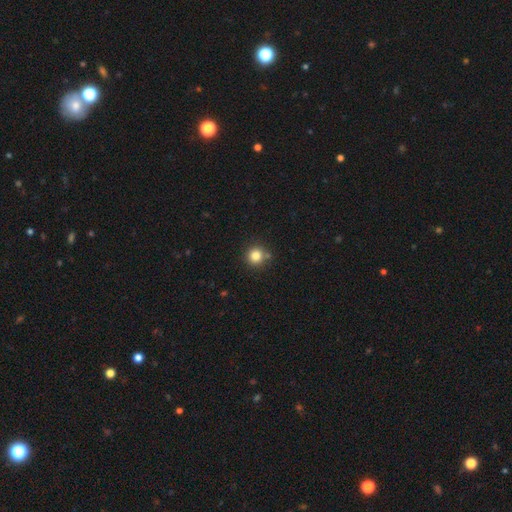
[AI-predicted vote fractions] Overall: smooth (82%). How rounded: round (94%). Merging: none (81%).